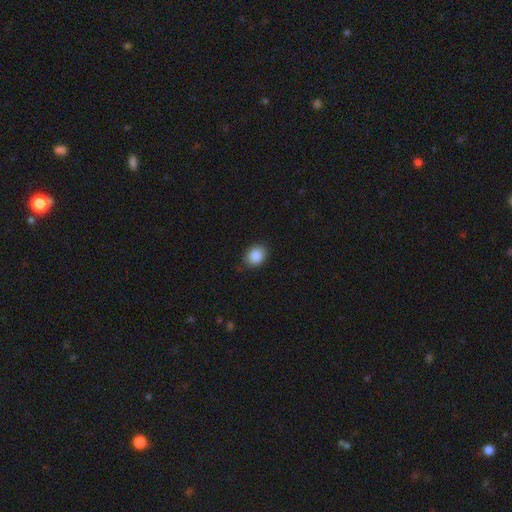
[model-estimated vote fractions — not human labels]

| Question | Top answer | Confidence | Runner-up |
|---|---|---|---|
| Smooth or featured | smooth | 89% | star or artifact (8%) |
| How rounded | round | 51% | in between (48%) |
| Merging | none | 84% | minor disturbance (12%) |